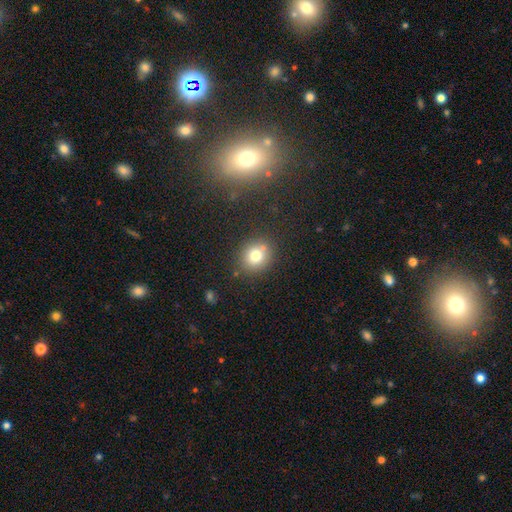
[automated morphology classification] Smooth or featured: smooth — 76% (star or artifact — 13%)
How rounded: round — 79% (in between — 20%)
Merging: none — 76% (minor disturbance — 11%)